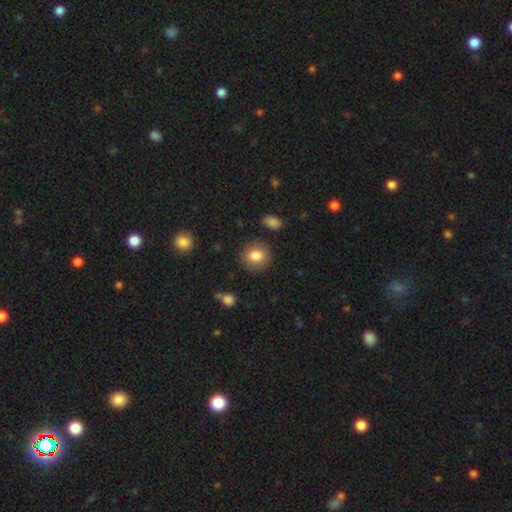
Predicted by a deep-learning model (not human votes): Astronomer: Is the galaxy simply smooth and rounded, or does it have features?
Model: smooth — 82%.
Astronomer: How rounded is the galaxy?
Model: round — 84%.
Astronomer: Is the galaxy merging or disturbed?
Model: none — 88%.